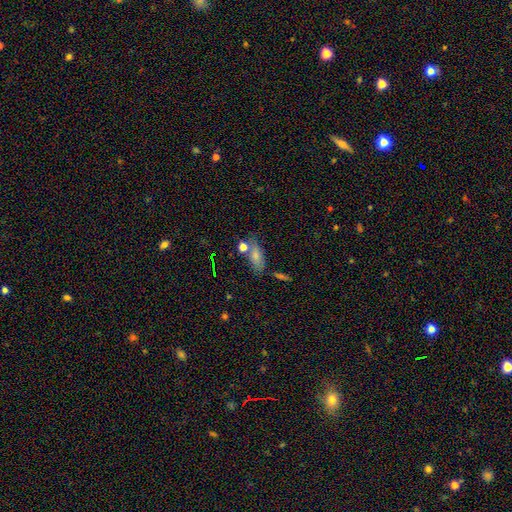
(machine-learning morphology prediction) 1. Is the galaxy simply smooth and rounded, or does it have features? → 74% smooth, 14% featured or disk, 12% star or artifact.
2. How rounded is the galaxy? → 79% in between, 15% cigar-shaped, 6% round.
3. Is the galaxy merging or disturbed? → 60% none, 18% minor disturbance, 15% merger, 7% major disturbance.